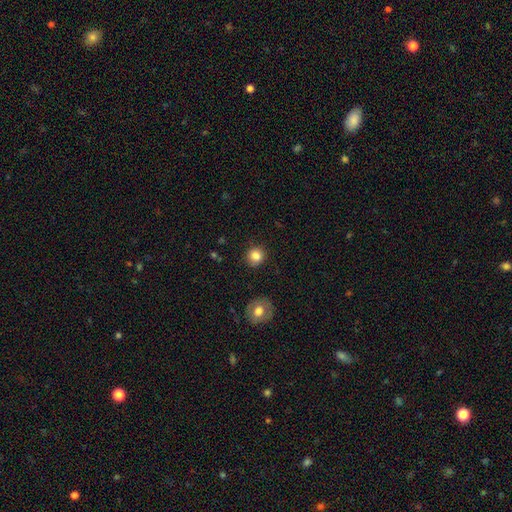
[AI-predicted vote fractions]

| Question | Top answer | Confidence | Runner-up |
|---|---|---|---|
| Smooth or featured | smooth | 84% | star or artifact (10%) |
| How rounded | round | 89% | in between (11%) |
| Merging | none | 87% | minor disturbance (9%) |